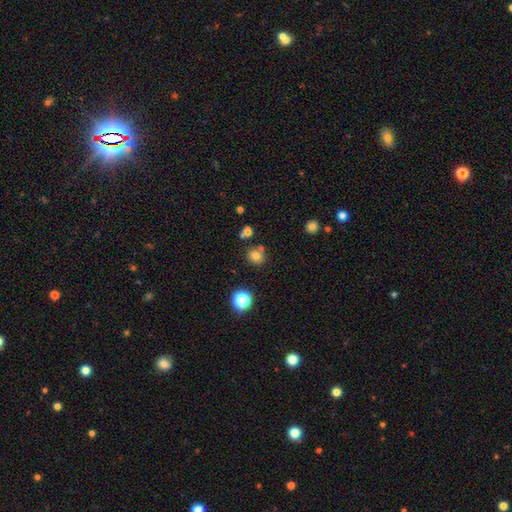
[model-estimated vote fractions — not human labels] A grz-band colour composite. It shows a smooth galaxy with no disk features (74%) that is round (77%). Merging: none (75%).